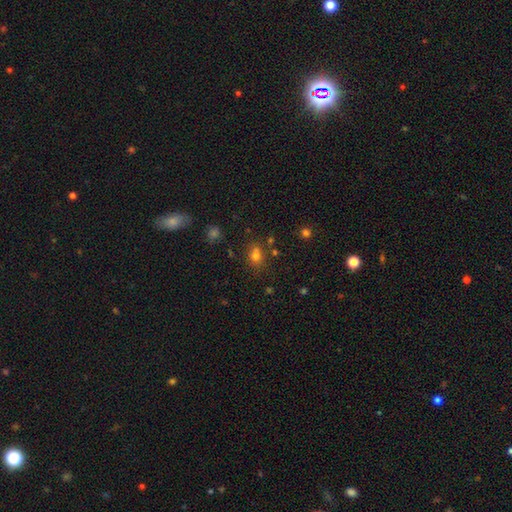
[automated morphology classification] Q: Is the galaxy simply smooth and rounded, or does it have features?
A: smooth — 73%.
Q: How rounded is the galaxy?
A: round — 57%.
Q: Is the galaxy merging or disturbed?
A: none — 65%.